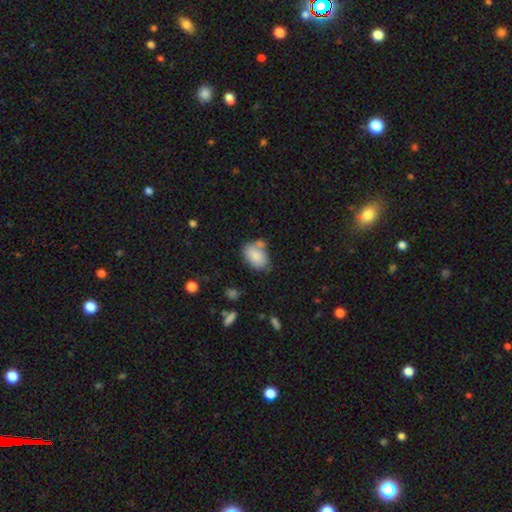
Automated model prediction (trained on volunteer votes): smooth-or-featured: smooth: 83% | featured or disk: 10% | star or artifact: 7%
  how-rounded: in between: 87% | round: 12% | cigar-shaped: 1%
  merging: none: 51% | minor disturbance: 22% | merger: 20% | major disturbance: 7%